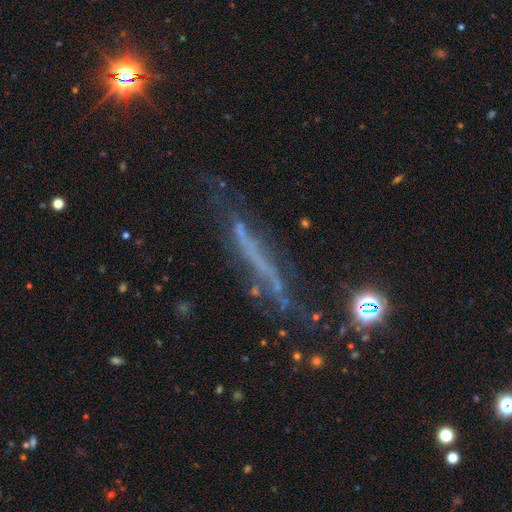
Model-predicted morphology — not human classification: smooth_or_featured: featured or disk (p=0.57) [alt: smooth p=0.27]
disk_edge_on: yes (p=0.77) [alt: no p=0.23]
merging: none (p=0.57) [alt: minor disturbance p=0.25]